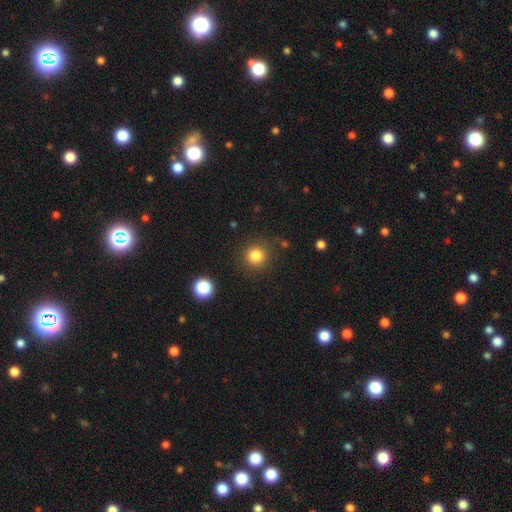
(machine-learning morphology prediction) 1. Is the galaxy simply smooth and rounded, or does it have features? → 82% smooth, 12% star or artifact, 6% featured or disk.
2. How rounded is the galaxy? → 92% round, 7% in between, 1% cigar-shaped.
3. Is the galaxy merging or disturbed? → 86% none, 8% minor disturbance, 3% major disturbance, 2% merger.